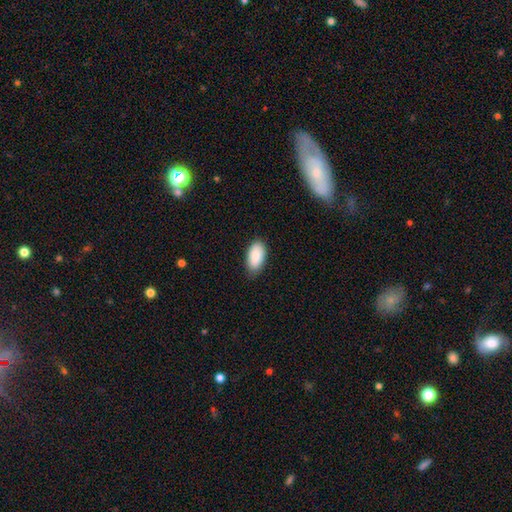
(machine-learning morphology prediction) The model was most divided on "merging": none: 81%, minor disturbance: 15%, major disturbance: 2%, merger: 1%. More confident: how rounded — in between (95%); smooth or featured — smooth (89%).